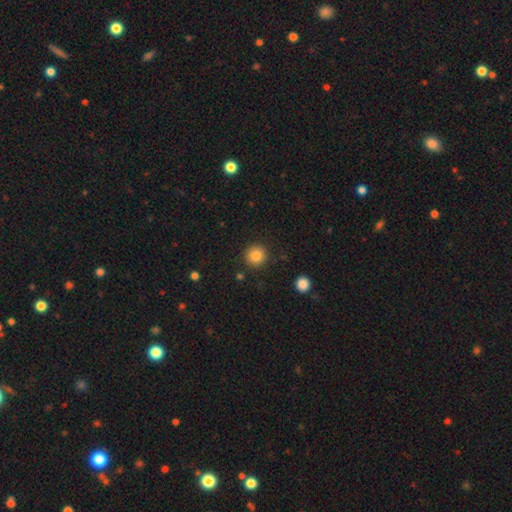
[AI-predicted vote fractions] Smooth or featured? smooth (85%)
How rounded? round (92%)
Merging? none (90%)